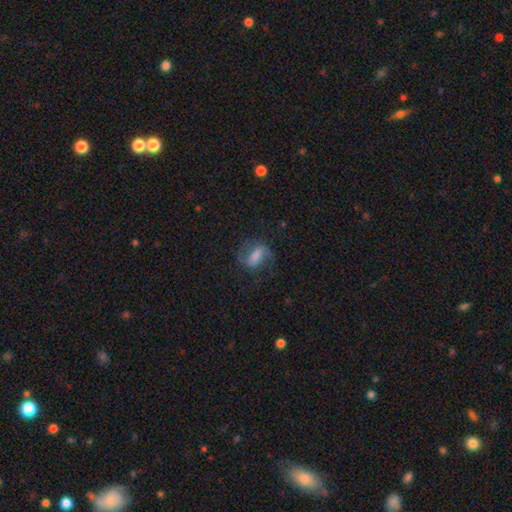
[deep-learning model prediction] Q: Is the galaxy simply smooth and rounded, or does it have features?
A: featured or disk — 50%.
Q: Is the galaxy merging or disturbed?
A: none — 62%.